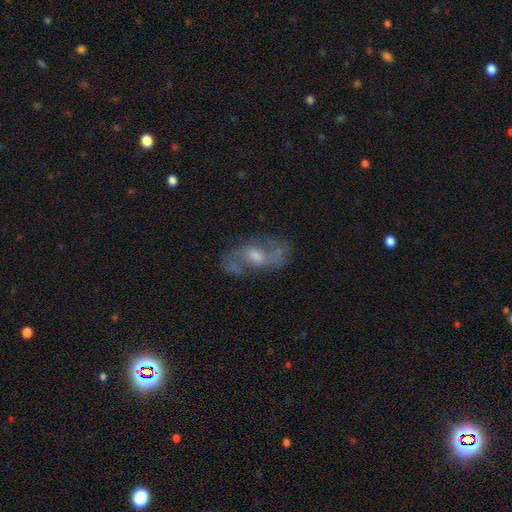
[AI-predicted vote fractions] Q: Smooth or featured?
A: featured or disk (75%); runner-up: star or artifact (13%)
Q: Edge-on disk?
A: no (93%); runner-up: yes (7%)
Q: Bar?
A: weak (47%); runner-up: no (41%)
Q: Spiral arms?
A: yes (89%); runner-up: no (11%)
Q: Spiral winding?
A: medium (44%); runner-up: loose (42%)
Q: Spiral arm count?
A: 2 (84%); runner-up: can't tell (9%)
Q: Bulge size?
A: moderate (56%); runner-up: small (31%)
Q: Merging?
A: none (75%); runner-up: minor disturbance (15%)